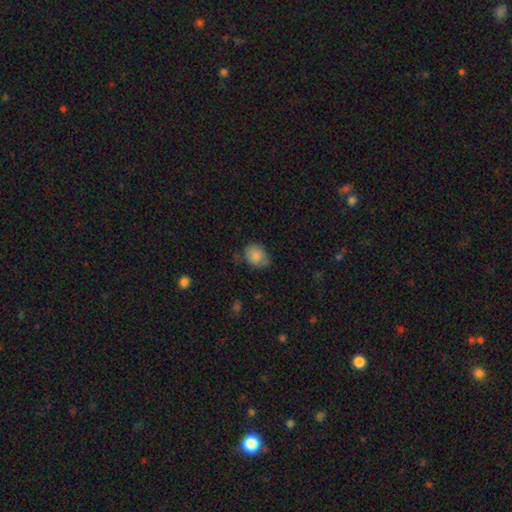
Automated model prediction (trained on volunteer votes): A smooth galaxy with no disk features (84%) that is in between round and cigar-shaped (51%).

Vote fractions:
- Smooth or featured? smooth: 84% / featured or disk: 8% / star or artifact: 8%
- How rounded? in between: 51% / round: 48% / cigar-shaped: 1%
- Merging? none: 64% / minor disturbance: 27% / major disturbance: 6% / merger: 2%